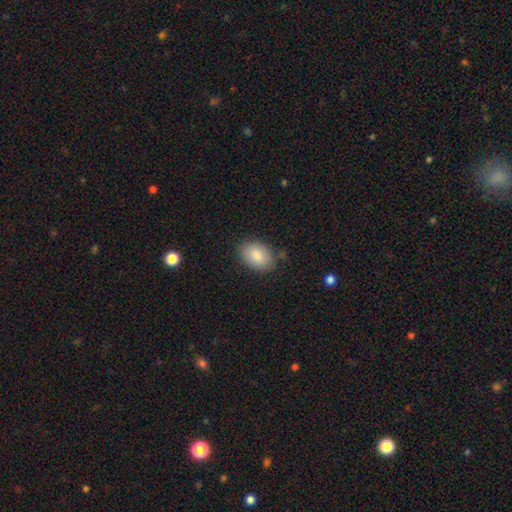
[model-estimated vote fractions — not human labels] Smooth or featured? smooth (86%)
How rounded? in between (86%)
Merging? none (80%)